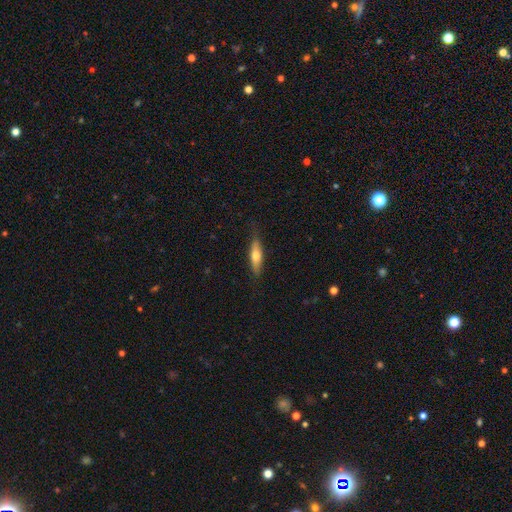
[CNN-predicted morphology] Smooth or featured? smooth (59%)
How rounded? cigar-shaped (63%)
Merging? none (77%)